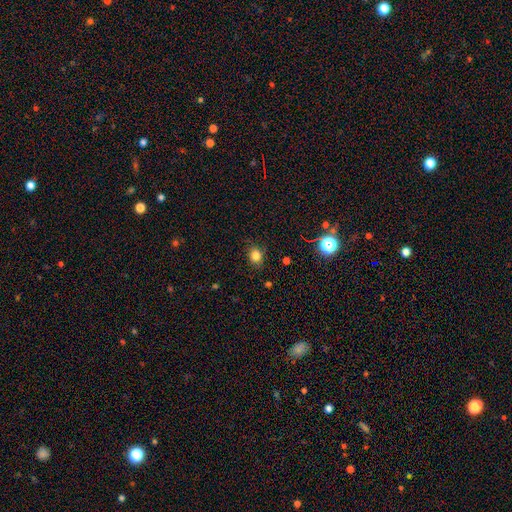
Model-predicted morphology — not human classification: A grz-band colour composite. It shows a smooth galaxy with no disk features (80%) that is round (61%). Merging: none (84%).